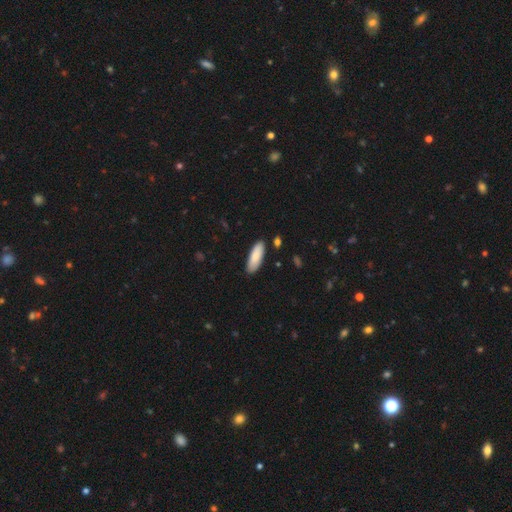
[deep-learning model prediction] This is clearly a smooth galaxy (86%). How rounded: likely in between (62%). Merging: clearly none (86%).